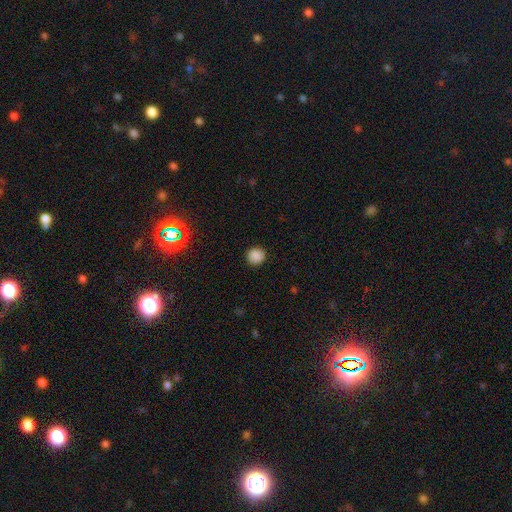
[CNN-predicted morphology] smooth 86%, star or artifact 11%, featured or disk 3%. Down the decision tree: how rounded — round (92%); merging — none (90%).